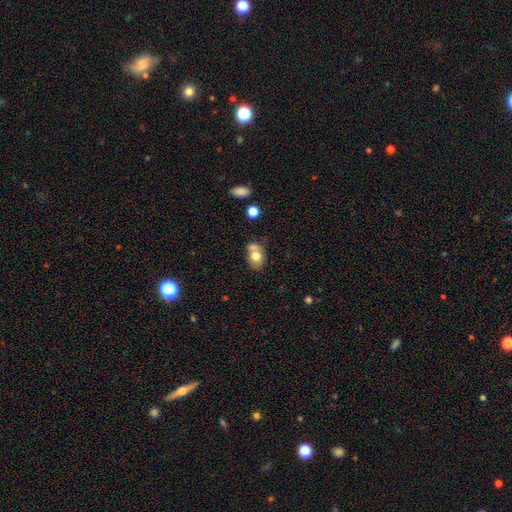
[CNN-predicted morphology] Smooth or featured: smooth — 72% (featured or disk — 18%)
How rounded: in between — 60% (round — 38%)
Merging: none — 42% (merger — 38%)